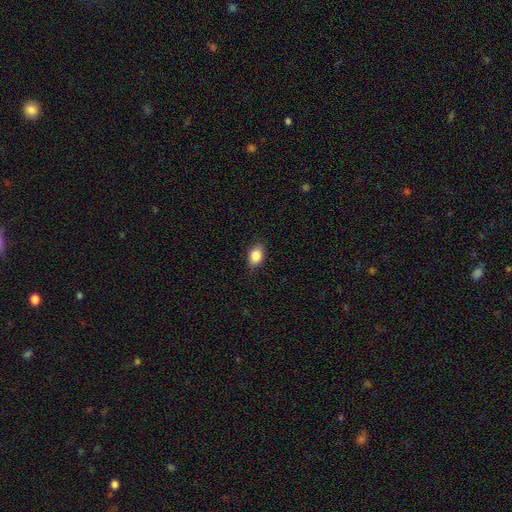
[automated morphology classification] The model was most divided on "how rounded": in between: 82%, round: 16%, cigar-shaped: 2%. More confident: smooth or featured — smooth (86%); merging — none (85%).